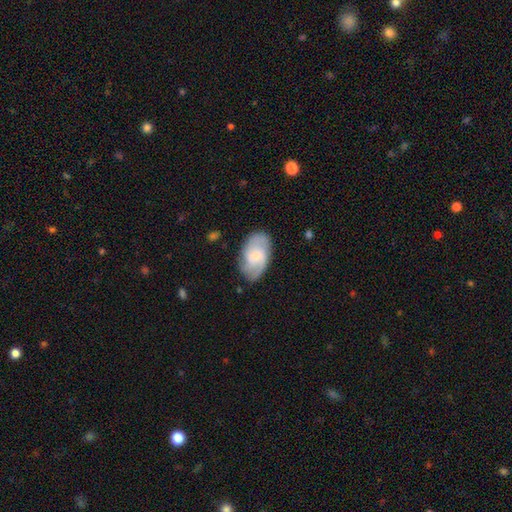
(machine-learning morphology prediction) A featured or disk galaxy (71%) with no bar (53%), 2 (53%) medium (49%) spiral arms (93%) and a small central bulge (62%). Merging: none (77%).